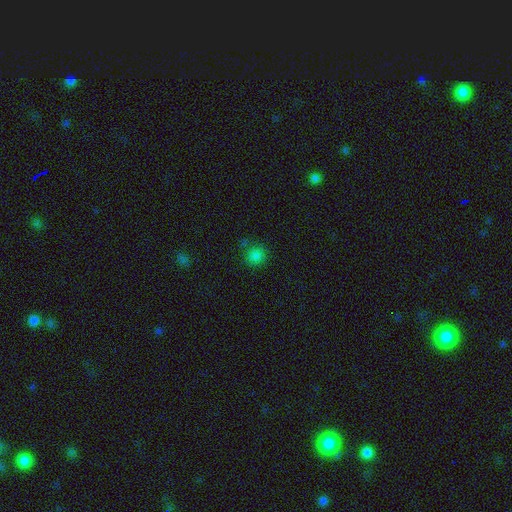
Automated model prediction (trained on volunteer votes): Smooth or featured? Predicted: smooth (p=0.80). How rounded? Predicted: round (p=0.90). Merging? Predicted: none (p=0.78).